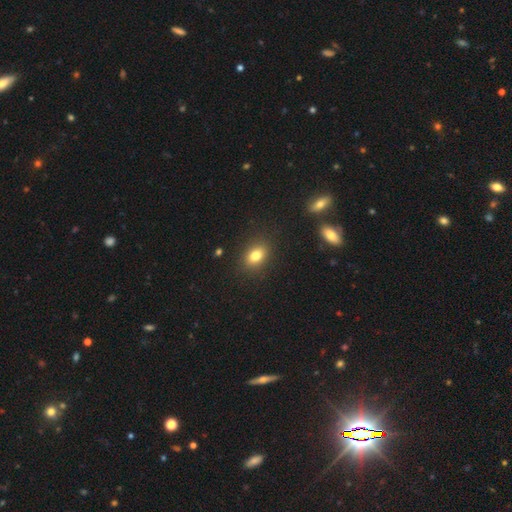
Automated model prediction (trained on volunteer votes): This appears to be a smooth galaxy with no disk features (81%) that is in between round and cigar-shaped (72%). Merging: none (87%).